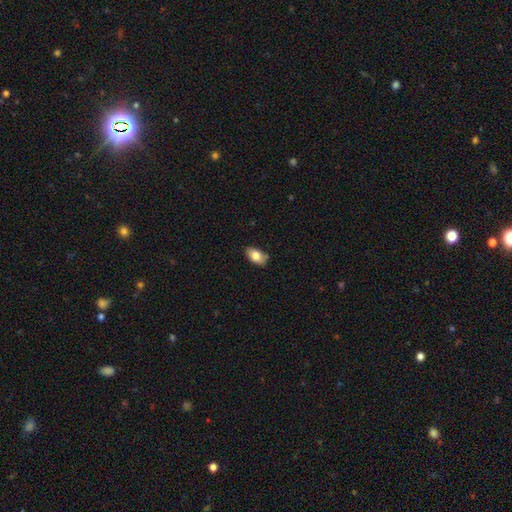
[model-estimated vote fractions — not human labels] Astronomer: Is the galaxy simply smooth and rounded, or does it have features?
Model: smooth — 80%.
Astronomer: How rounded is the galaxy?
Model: in between — 91%.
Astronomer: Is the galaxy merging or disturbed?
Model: none — 73%.